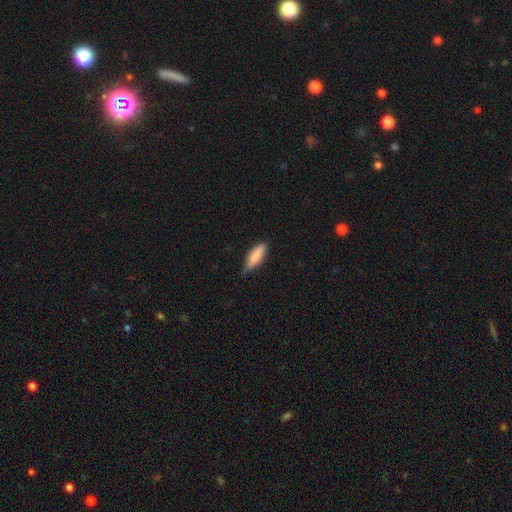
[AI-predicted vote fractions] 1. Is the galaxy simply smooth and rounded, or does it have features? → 83% smooth, 11% featured or disk, 6% star or artifact.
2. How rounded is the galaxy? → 54% in between, 44% cigar-shaped, 2% round.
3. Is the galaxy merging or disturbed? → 60% none, 34% minor disturbance, 5% major disturbance, 1% merger.